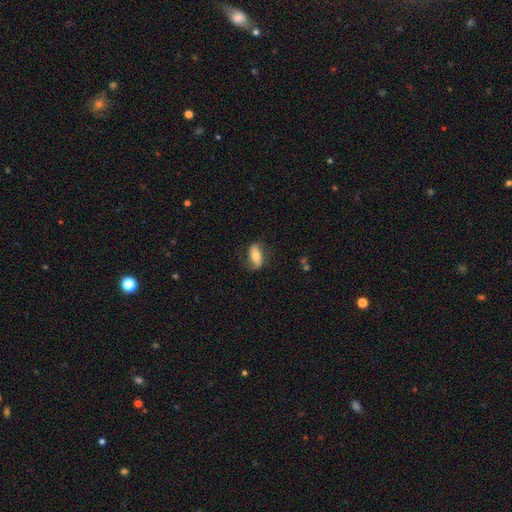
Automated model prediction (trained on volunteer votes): A smooth galaxy with no disk features (54%) that is in between round and cigar-shaped (79%).

Vote fractions:
- Smooth or featured? smooth: 54% / featured or disk: 40% / star or artifact: 7%
- How rounded? in between: 79% / cigar-shaped: 16% / round: 5%
- Merging? none: 71% / minor disturbance: 19% / major disturbance: 8% / merger: 1%